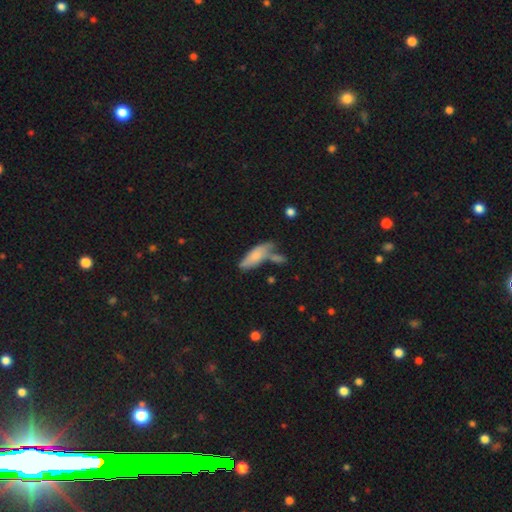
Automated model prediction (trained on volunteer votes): Q: Smooth or featured?
A: smooth (70%); runner-up: featured or disk (23%)
Q: How rounded?
A: in between (64%); runner-up: cigar-shaped (34%)
Q: Merging?
A: none (41%); runner-up: merger (25%)